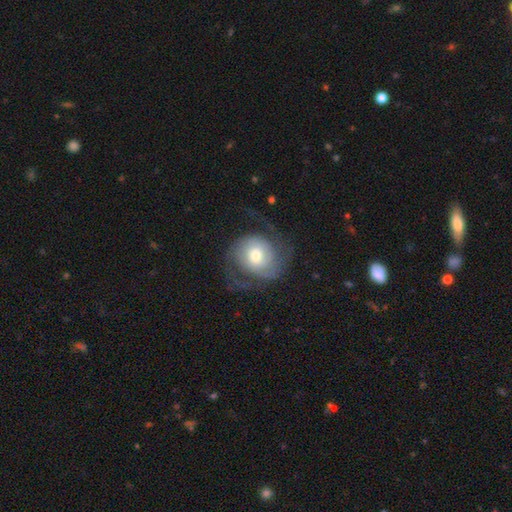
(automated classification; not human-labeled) Smooth or featured? featured or disk (77%)
Edge-on disk? no (98%)
Bar? no (68%)
Spiral arms? yes (94%)
Spiral winding? medium (39%)
Spiral arm count? 2 (69%)
Bulge size? moderate (59%)
Merging? none (61%)